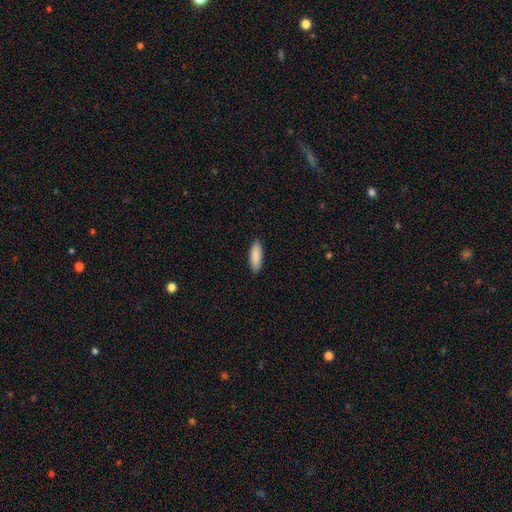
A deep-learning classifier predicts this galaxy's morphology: Smooth or featured? smooth (90%)
How rounded? in between (55%)
Merging? none (90%)